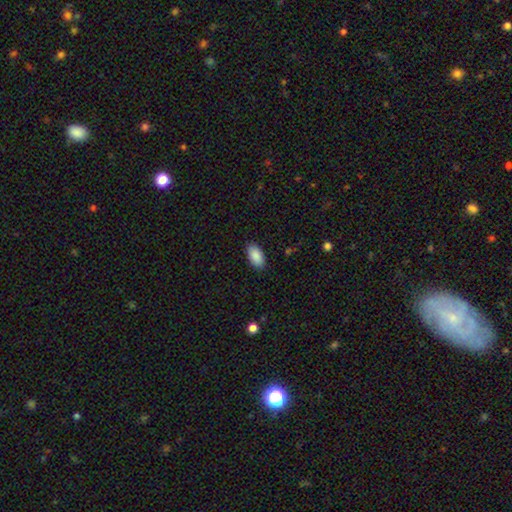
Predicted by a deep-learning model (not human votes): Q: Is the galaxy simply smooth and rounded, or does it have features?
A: smooth — 89%.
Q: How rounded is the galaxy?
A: in between — 95%.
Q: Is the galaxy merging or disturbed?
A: none — 88%.